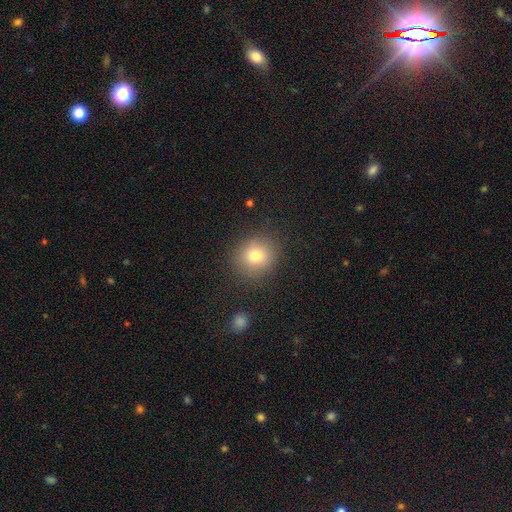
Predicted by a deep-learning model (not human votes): Smooth or featured? Predicted: smooth (p=0.77). How rounded? Predicted: round (p=0.85). Merging? Predicted: none (p=0.86).